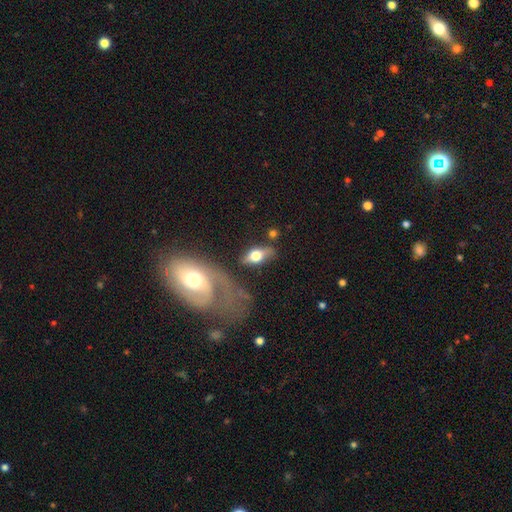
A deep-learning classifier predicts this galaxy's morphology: Q: Smooth or featured?
A: smooth (49%); runner-up: featured or disk (44%)
Q: Merging?
A: none (64%); runner-up: minor disturbance (17%)